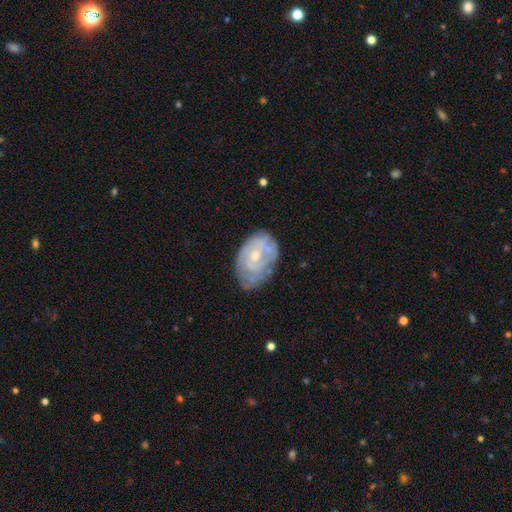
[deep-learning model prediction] Morphology: type=featured or disk (67%); edge-on=no (96%); bar=no (71%); spiral arms=yes (59%); bulge=small (51%); merging=none (54%).